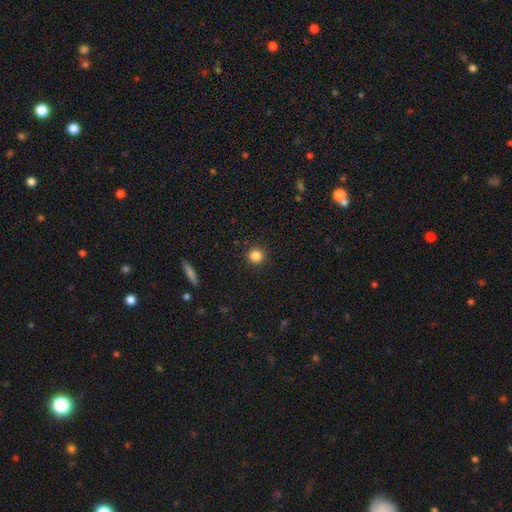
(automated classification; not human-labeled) This appears to be a smooth galaxy with no disk features (83%) that is round (95%). Merging: none (92%).